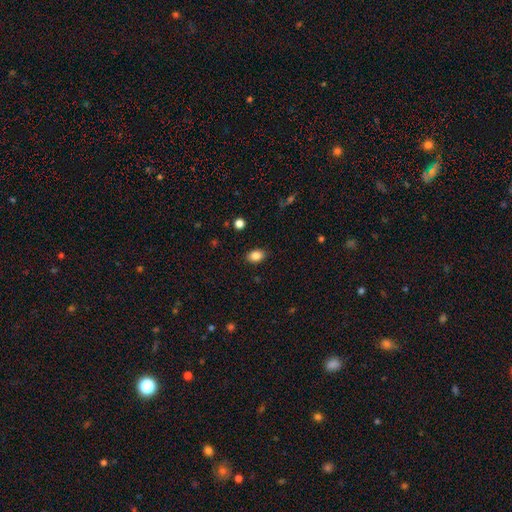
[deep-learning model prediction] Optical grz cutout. It shows a smooth galaxy with no disk features (86%) that is in between round and cigar-shaped (80%). Merging: none (88%).